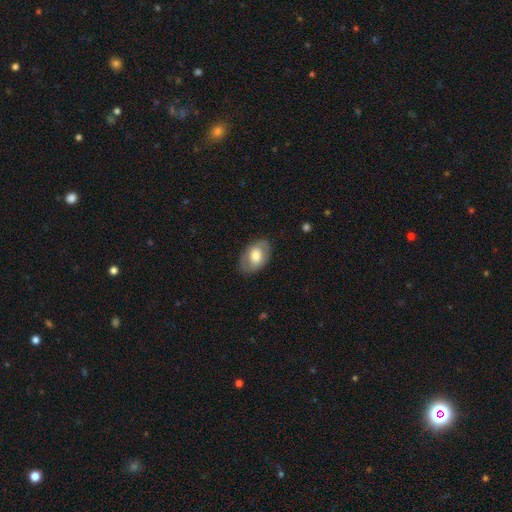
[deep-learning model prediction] smooth_or_featured: smooth (p=0.59) [alt: featured or disk p=0.35]
how_rounded: in between (p=0.87) [alt: round p=0.12]
merging: none (p=0.79) [alt: minor disturbance p=0.15]